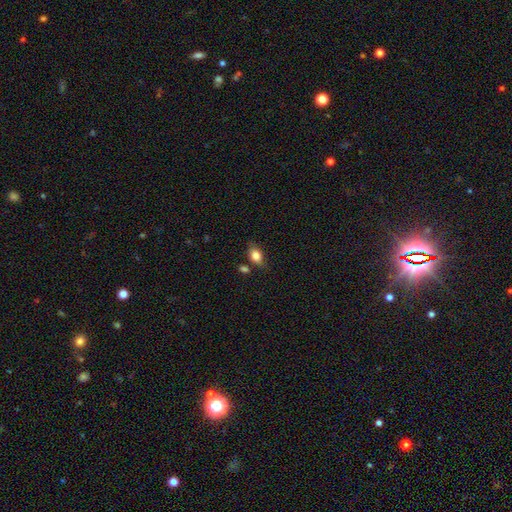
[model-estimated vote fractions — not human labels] smooth 82%, featured or disk 9%, star or artifact 9%. Down the decision tree: how rounded — in between (80%); merging — none (72%).